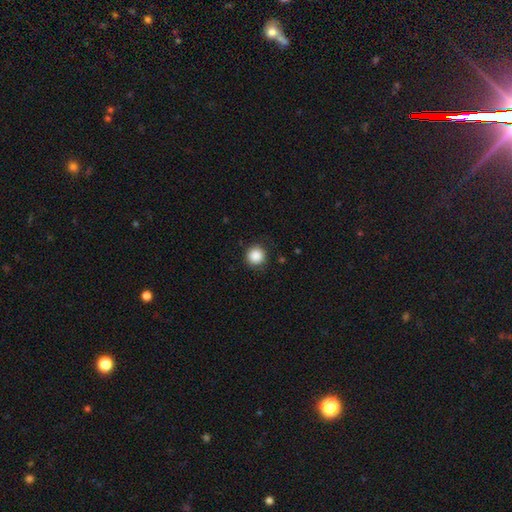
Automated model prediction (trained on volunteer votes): This is clearly a smooth galaxy (88%). How rounded: clearly round (95%). Merging: clearly none (89%).